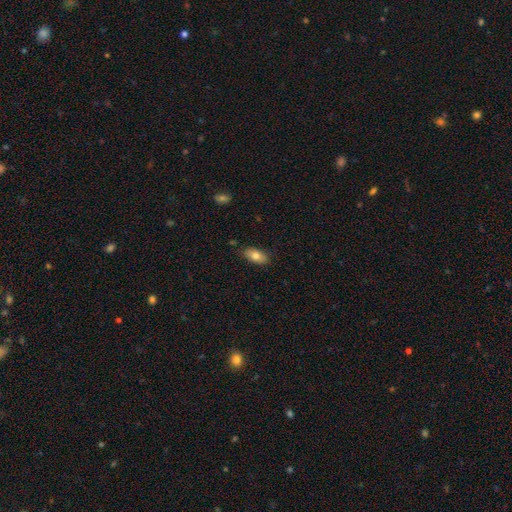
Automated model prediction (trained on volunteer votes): A smooth galaxy with no disk features (78%) that is in between round and cigar-shaped (91%). Merging: none (85%).